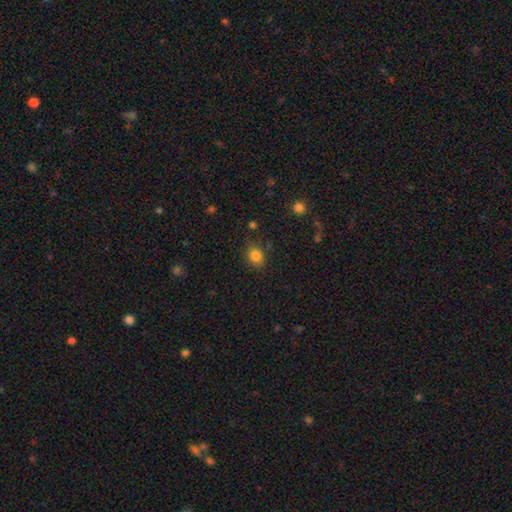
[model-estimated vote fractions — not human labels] smooth_or_featured: smooth (p=0.83) [alt: star or artifact p=0.11]
how_rounded: in between (p=0.54) [alt: round p=0.45]
merging: none (p=0.82) [alt: minor disturbance p=0.13]